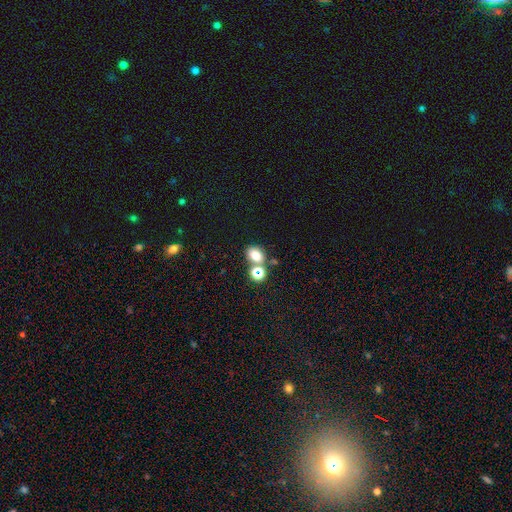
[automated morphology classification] This is likely a smooth galaxy (73%). How rounded: possibly in between (57%). Merging: possibly none (60%).